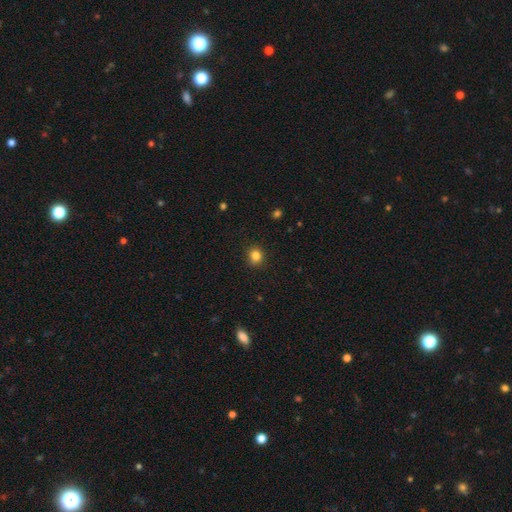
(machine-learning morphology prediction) Q: Smooth or featured?
A: smooth (83%); runner-up: star or artifact (12%)
Q: How rounded?
A: round (85%); runner-up: in between (14%)
Q: Merging?
A: none (86%); runner-up: minor disturbance (10%)